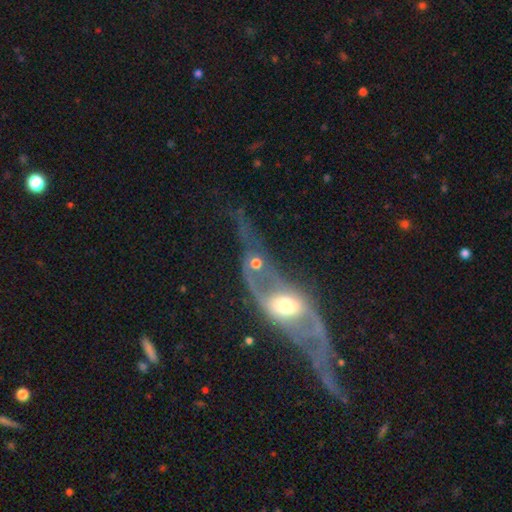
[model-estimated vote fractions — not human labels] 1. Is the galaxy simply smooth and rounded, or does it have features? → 83% featured or disk, 9% star or artifact, 8% smooth.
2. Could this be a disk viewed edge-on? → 74% no, 26% yes.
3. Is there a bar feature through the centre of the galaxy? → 44% no, 34% weak, 22% strong.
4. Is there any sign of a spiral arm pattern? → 79% yes, 21% no.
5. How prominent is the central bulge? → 63% moderate, 18% small, 14% large, 3% dominant, 2% none.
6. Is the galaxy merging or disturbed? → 38% none, 33% major disturbance, 16% minor disturbance, 13% merger.